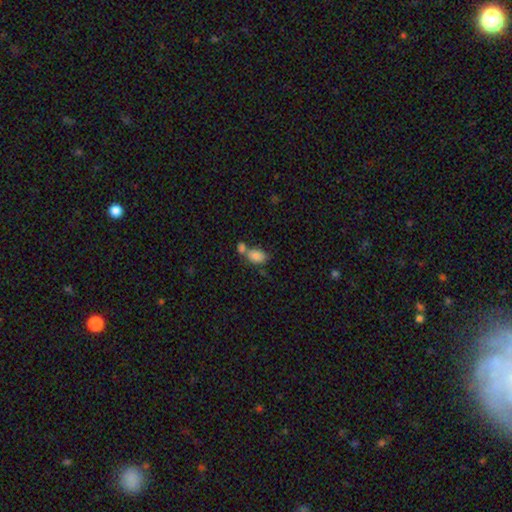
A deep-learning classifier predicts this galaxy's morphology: Overall: smooth (82%). How rounded: in between (84%). Merging: merger (47%; none 37%).